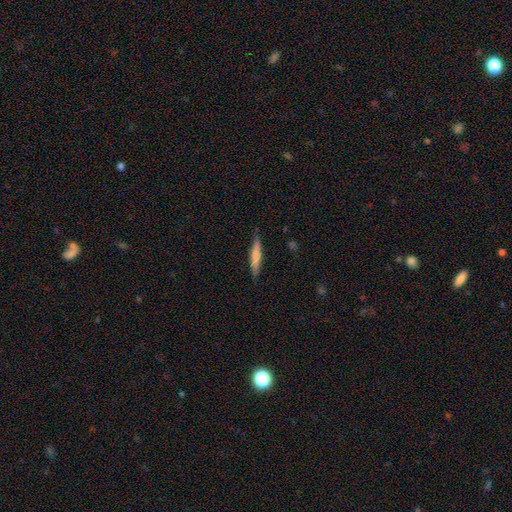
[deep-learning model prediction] Smooth or featured: smooth — 67% (featured or disk — 27%)
How rounded: cigar-shaped — 92% (in between — 7%)
Merging: none — 85% (minor disturbance — 12%)